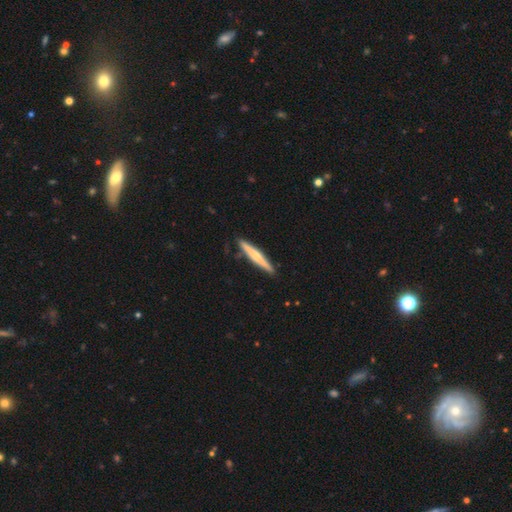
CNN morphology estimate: smooth_or_featured: featured or disk (p=0.54) [alt: smooth p=0.41]
disk_edge_on: yes (p=0.97) [alt: no p=0.03]
edge_on_bulge: rounded (p=0.74) [alt: none p=0.19]
merging: none (p=0.88) [alt: minor disturbance p=0.08]